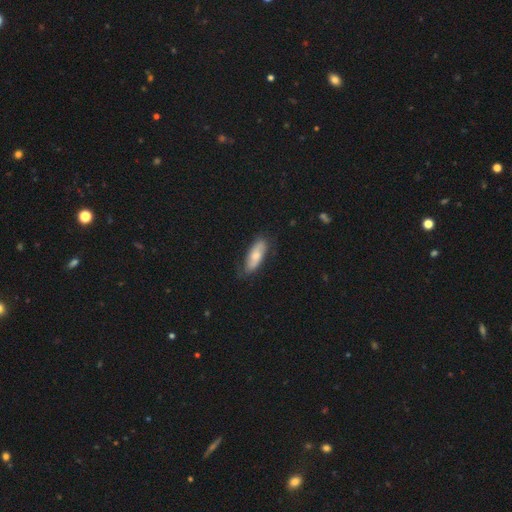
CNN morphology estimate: smooth-or-featured: smooth: 64% | featured or disk: 31% | star or artifact: 6%
  how-rounded: in between: 68% | cigar-shaped: 29% | round: 2%
  merging: none: 74% | minor disturbance: 21% | major disturbance: 4% | merger: 1%